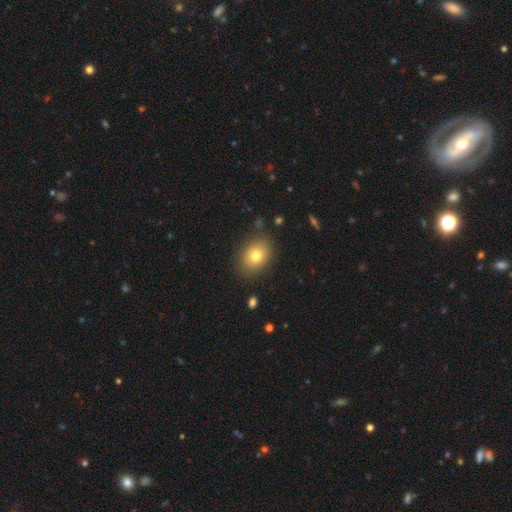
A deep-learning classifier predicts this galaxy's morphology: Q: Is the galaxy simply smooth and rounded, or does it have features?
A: smooth — 78%.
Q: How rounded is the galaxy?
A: in between — 65%.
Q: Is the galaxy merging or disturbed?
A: none — 84%.